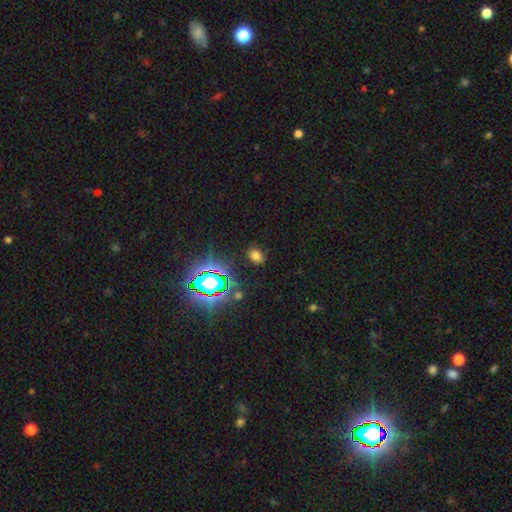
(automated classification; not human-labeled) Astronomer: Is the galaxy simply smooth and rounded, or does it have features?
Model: smooth — 63%.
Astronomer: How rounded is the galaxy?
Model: in between — 73%.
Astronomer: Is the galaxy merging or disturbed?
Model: none — 83%.